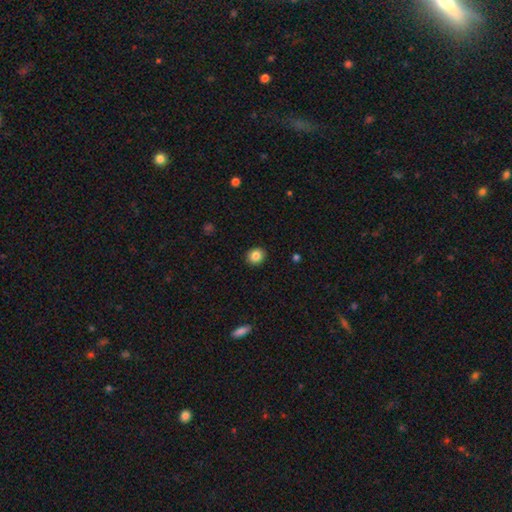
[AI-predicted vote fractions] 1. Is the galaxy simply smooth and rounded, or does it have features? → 85% smooth, 10% star or artifact, 5% featured or disk.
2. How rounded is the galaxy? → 82% round, 17% in between, 1% cigar-shaped.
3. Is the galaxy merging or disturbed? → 91% none, 6% minor disturbance, 2% major disturbance, 1% merger.